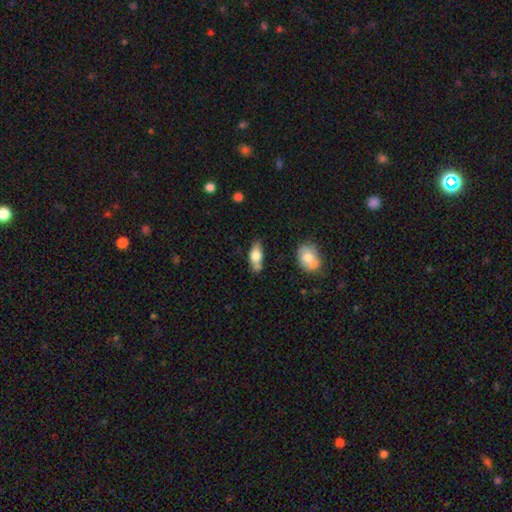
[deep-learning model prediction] Q: Smooth or featured?
A: smooth (67%); runner-up: featured or disk (27%)
Q: How rounded?
A: in between (76%); runner-up: cigar-shaped (19%)
Q: Merging?
A: none (62%); runner-up: minor disturbance (22%)